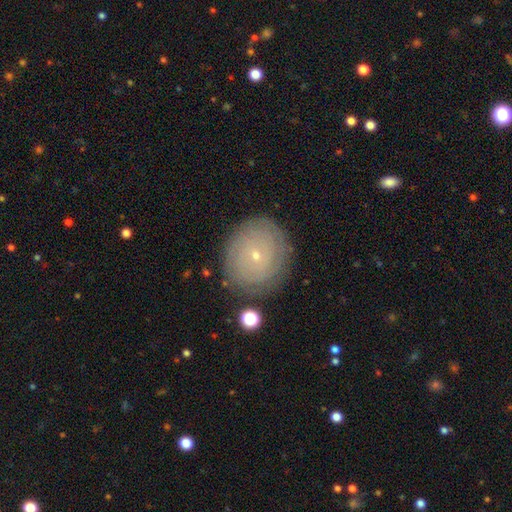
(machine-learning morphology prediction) Smooth or featured? Predicted: featured or disk (p=0.58). Edge-on disk? Predicted: no (p=0.97). Bar? Predicted: no (p=0.84). Spiral arms? Predicted: yes (p=0.76). Bulge size? Predicted: small (p=0.86). Merging? Predicted: none (p=0.84).